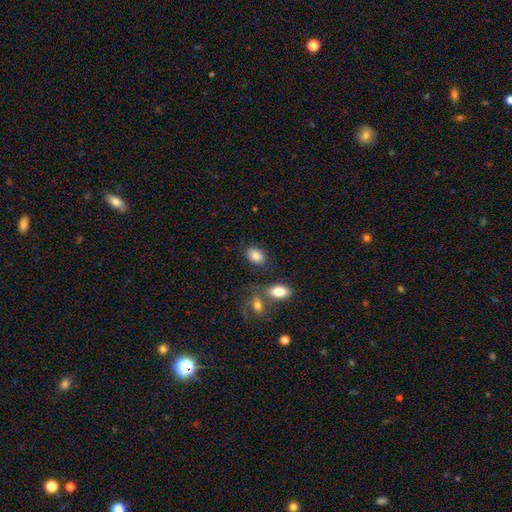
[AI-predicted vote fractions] Smooth or featured?
  - smooth: 86% *
  - star or artifact: 8%
  - featured or disk: 7%
How rounded?
  - in between: 83% *
  - round: 15%
  - cigar-shaped: 1%
Merging?
  - none: 75% *
  - minor disturbance: 13%
  - merger: 8%
  - major disturbance: 4%